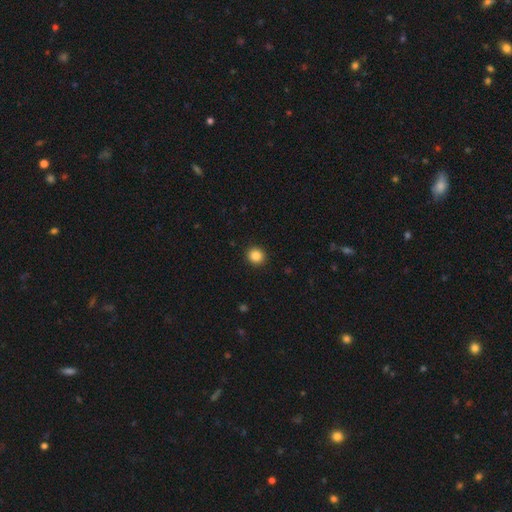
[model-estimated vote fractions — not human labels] This appears to be a smooth galaxy with no disk features (86%) that is round (90%). Merging: none (93%).